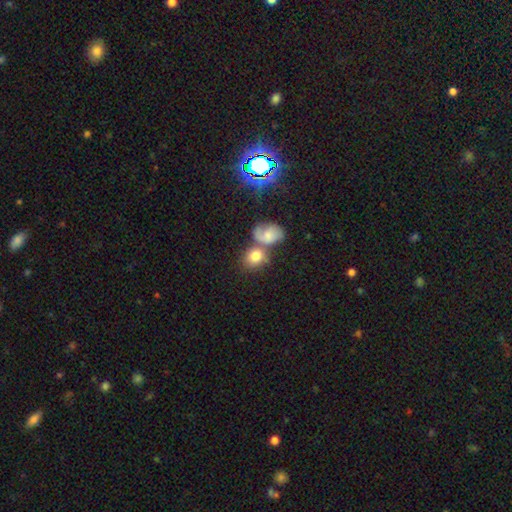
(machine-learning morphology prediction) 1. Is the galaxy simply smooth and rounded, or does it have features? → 73% smooth, 16% featured or disk, 11% star or artifact.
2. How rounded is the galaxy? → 59% round, 39% in between, 1% cigar-shaped.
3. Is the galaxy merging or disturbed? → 44% merger, 38% none, 11% minor disturbance, 7% major disturbance.